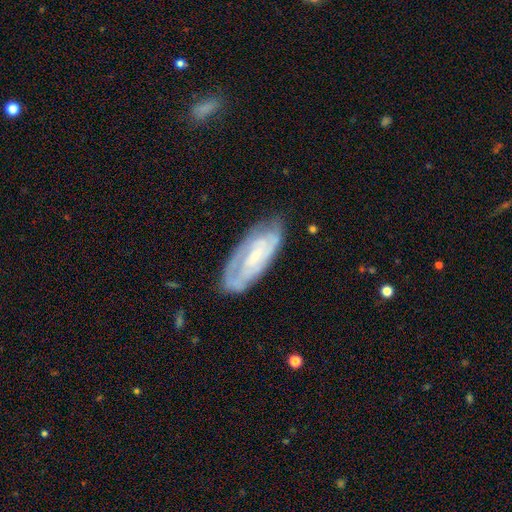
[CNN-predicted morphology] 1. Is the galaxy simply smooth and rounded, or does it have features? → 73% featured or disk, 21% smooth, 6% star or artifact.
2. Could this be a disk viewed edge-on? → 89% no, 11% yes.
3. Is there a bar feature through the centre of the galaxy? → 55% no, 34% weak, 11% strong.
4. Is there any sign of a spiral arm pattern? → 82% yes, 18% no.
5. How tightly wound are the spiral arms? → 62% tight, 29% medium, 9% loose.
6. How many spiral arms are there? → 48% can't tell, 32% 2, 8% 3, 6% 1, 3% 4, 3% more than 4.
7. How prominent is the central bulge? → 68% small, 22% moderate, 7% none, 2% large, 1% dominant.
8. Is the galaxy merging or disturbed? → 70% none, 21% minor disturbance, 7% major disturbance, 2% merger.